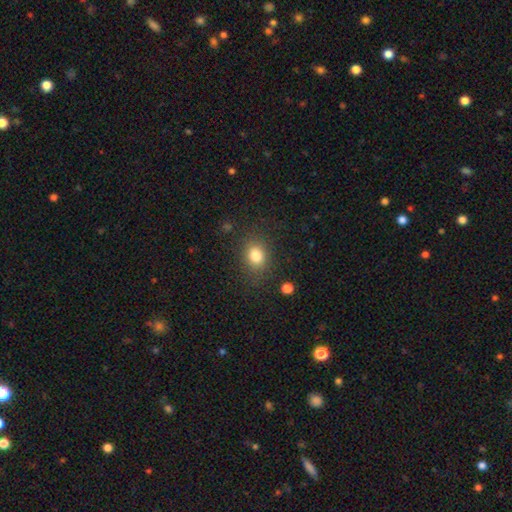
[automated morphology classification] smooth_or_featured: smooth (p=0.81) [alt: star or artifact p=0.11]
how_rounded: in between (p=0.52) [alt: round p=0.47]
merging: none (p=0.82) [alt: minor disturbance p=0.12]